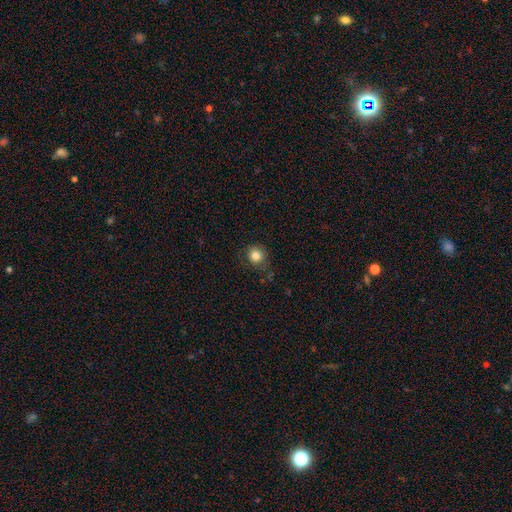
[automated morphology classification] Smooth or featured? smooth (83%)
How rounded? round (89%)
Merging? none (77%)